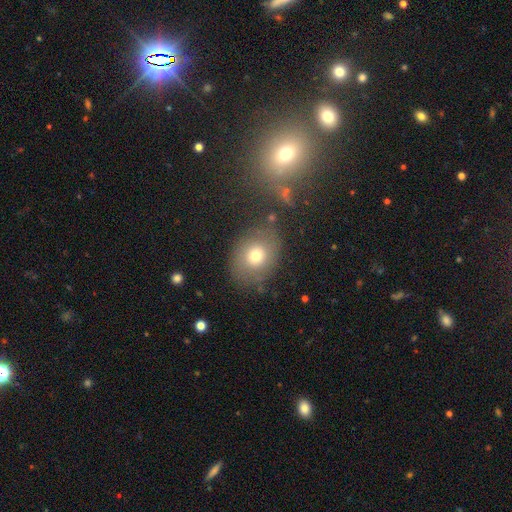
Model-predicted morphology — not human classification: A smooth galaxy with no disk features (68%) that is round (56%). Merging: none (71%).